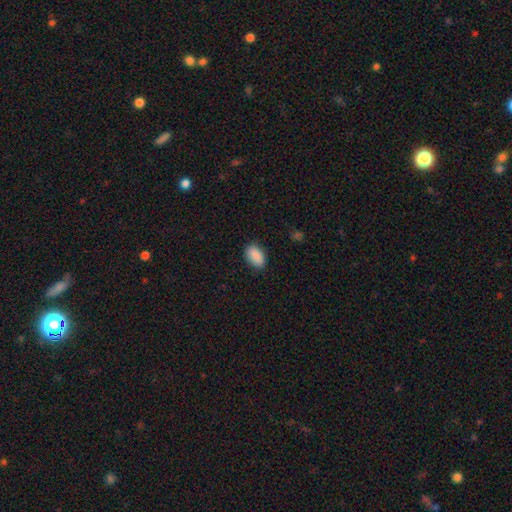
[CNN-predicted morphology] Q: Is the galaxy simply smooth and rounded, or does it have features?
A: smooth — 90%.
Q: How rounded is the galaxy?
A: in between — 92%.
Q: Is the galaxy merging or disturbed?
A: none — 85%.